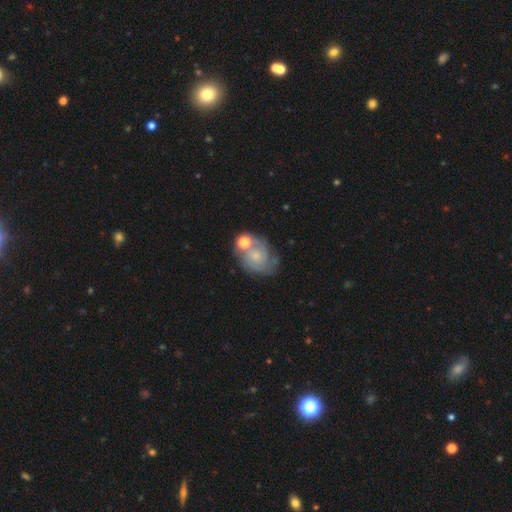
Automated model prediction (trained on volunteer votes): Smooth or featured? featured or disk (65%)
Edge-on disk? no (97%)
Bar? no (79%)
Spiral arms? yes (85%)
Spiral winding? tight (56%)
Spiral arm count? can't tell (36%, tied with 2)
Bulge size? small (66%)
Merging? none (53%)